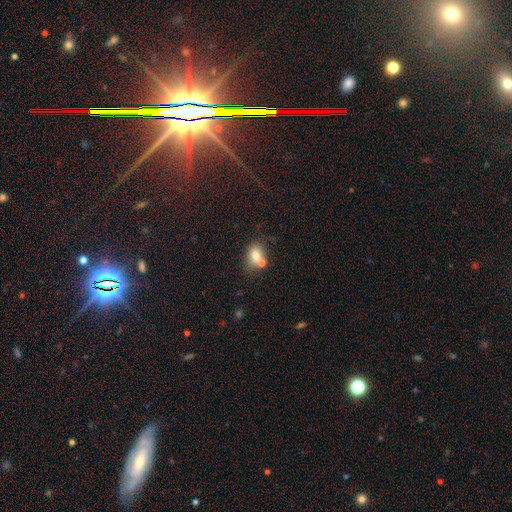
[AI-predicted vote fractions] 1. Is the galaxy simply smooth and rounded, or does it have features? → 76% smooth, 13% featured or disk, 11% star or artifact.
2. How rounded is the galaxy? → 63% in between, 35% round, 1% cigar-shaped.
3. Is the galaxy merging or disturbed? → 49% none, 32% merger, 14% minor disturbance, 5% major disturbance.